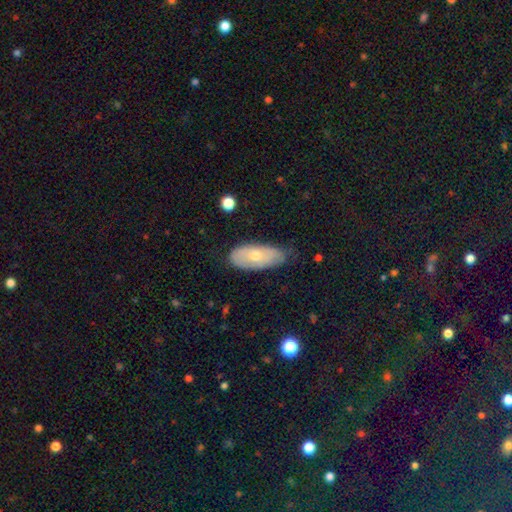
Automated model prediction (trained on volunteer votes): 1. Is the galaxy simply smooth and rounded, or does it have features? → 53% smooth, 41% featured or disk, 7% star or artifact.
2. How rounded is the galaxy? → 87% in between, 9% cigar-shaped, 4% round.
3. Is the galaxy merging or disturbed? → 65% none, 28% minor disturbance, 5% major disturbance, 1% merger.